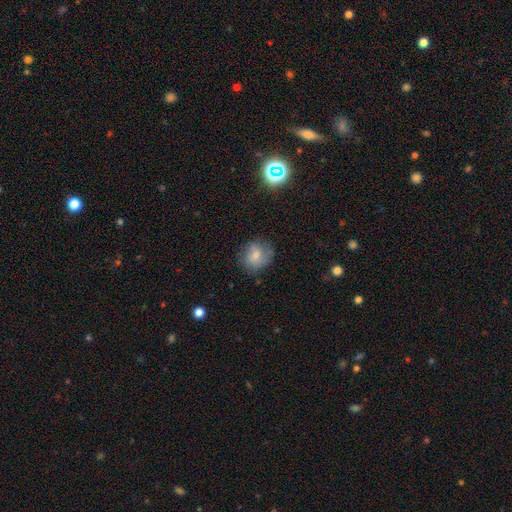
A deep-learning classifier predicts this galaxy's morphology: The model was most divided on "merging": none: 71%, minor disturbance: 21%, major disturbance: 7%, merger: 2%. More confident: how rounded — round (76%); smooth or featured — smooth (72%).